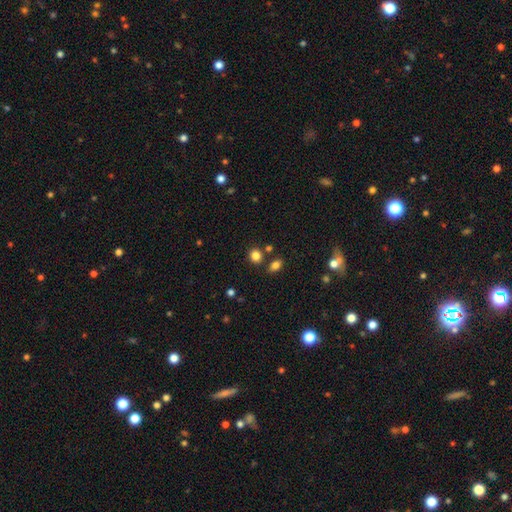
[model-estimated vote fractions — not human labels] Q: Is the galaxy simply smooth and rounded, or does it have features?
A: smooth — 83%.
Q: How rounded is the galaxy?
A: round — 68%.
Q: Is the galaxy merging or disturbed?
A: none — 77%.